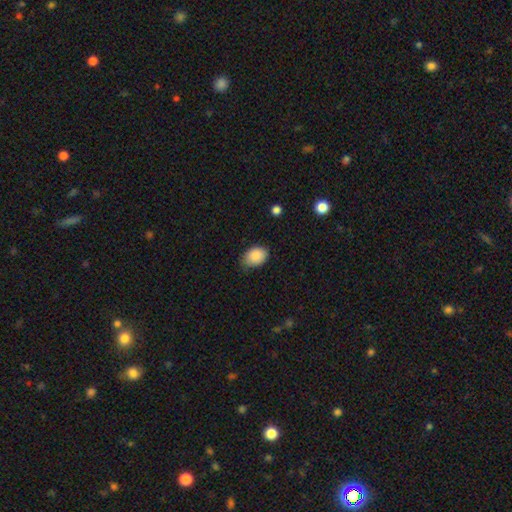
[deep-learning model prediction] Overall: smooth (87%). How rounded: in between (77%). Merging: none (69%).